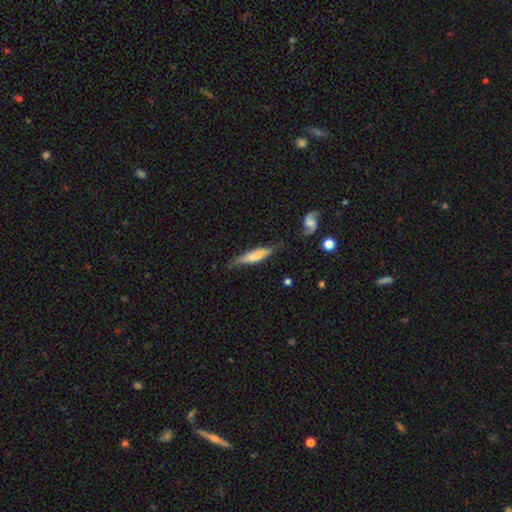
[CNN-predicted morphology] A smooth galaxy with no disk features (64%) that is cigar-shaped (75%). Merging: none (61%).